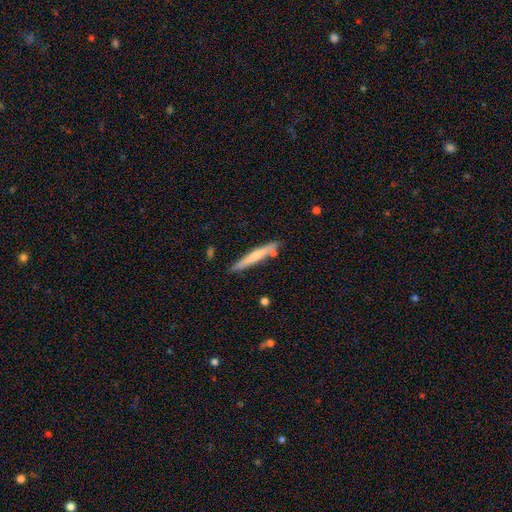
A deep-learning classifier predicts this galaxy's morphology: A smooth galaxy with no disk features (58%) that is cigar-shaped (94%). Merging: none (80%).